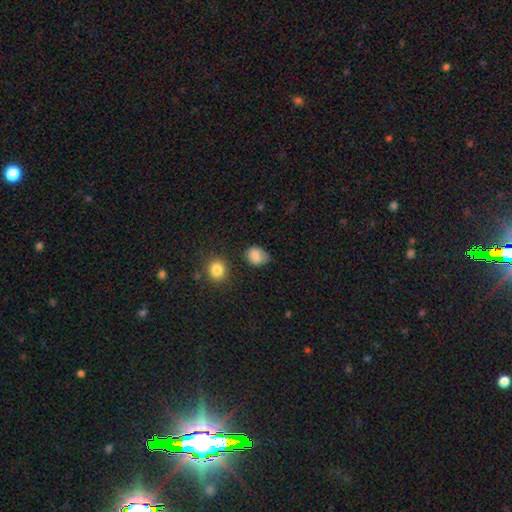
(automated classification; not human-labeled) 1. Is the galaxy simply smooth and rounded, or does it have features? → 84% smooth, 10% star or artifact, 7% featured or disk.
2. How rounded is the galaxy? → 51% in between, 48% round, 1% cigar-shaped.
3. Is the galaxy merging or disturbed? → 66% none, 26% minor disturbance, 6% major disturbance, 3% merger.